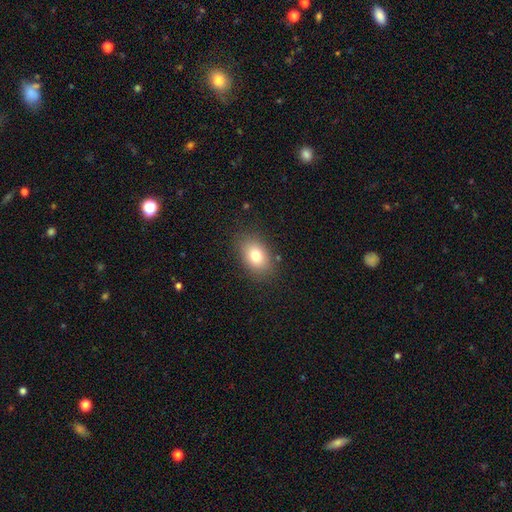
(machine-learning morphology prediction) Q: Smooth or featured?
A: smooth (79%); runner-up: featured or disk (11%)
Q: How rounded?
A: in between (79%); runner-up: round (20%)
Q: Merging?
A: none (85%); runner-up: minor disturbance (11%)